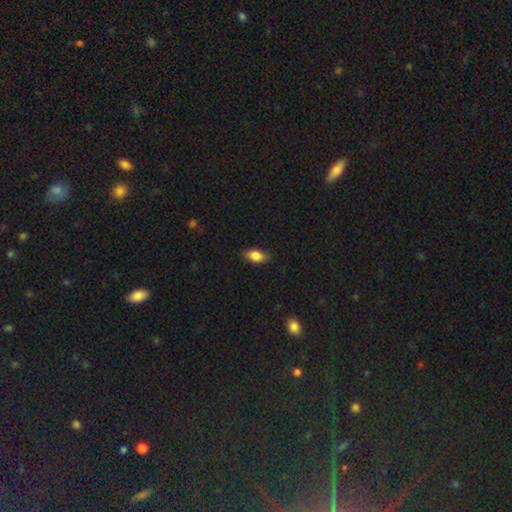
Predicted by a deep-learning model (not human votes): Morphology: type=smooth (83%); roundness=in between (87%); merging=none (80%).